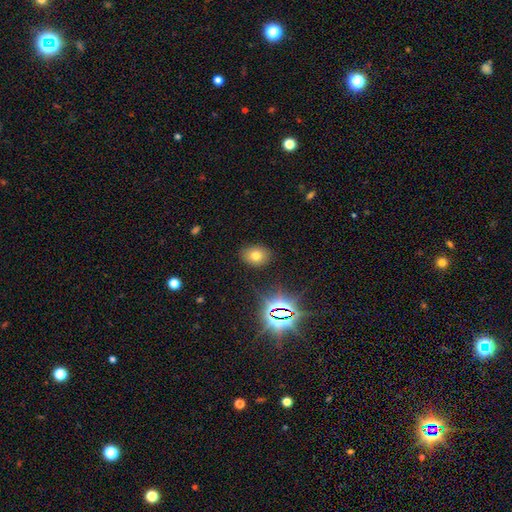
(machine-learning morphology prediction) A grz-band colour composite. It shows a smooth galaxy with no disk features (68%) that is in between round and cigar-shaped (63%). Merging: none (85%).